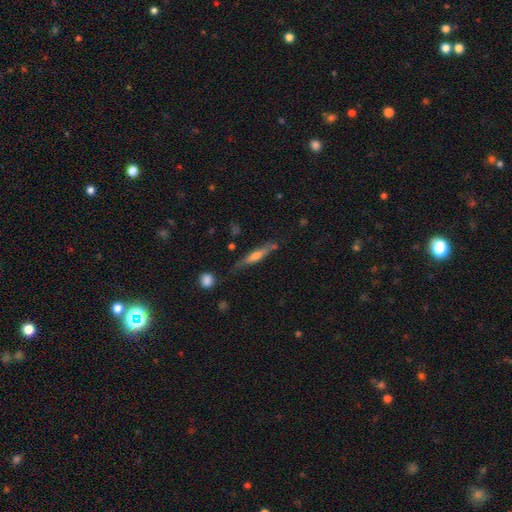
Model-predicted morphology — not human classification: This is possibly a featured or disk galaxy (51%). It is clearly viewed edge-on (93%). Merging: likely none (74%).